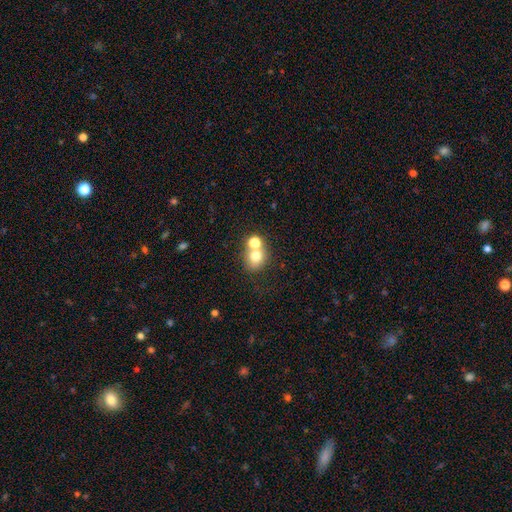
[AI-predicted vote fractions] smooth 73%, star or artifact 14%, featured or disk 13%. Down the decision tree: how rounded — round (74%); merging — none (47%).